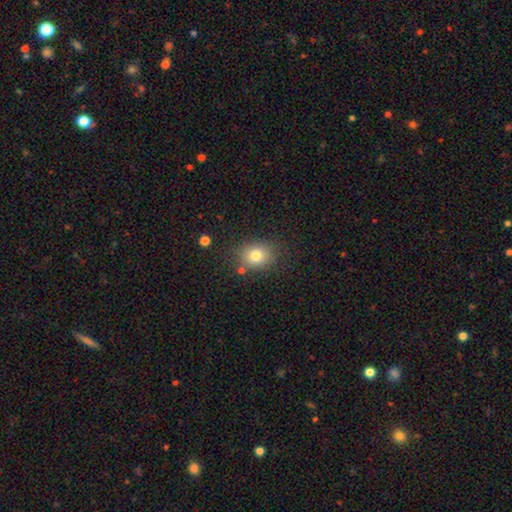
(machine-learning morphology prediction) This is likely a smooth galaxy (78%). How rounded: possibly round (57%). Merging: likely none (79%).